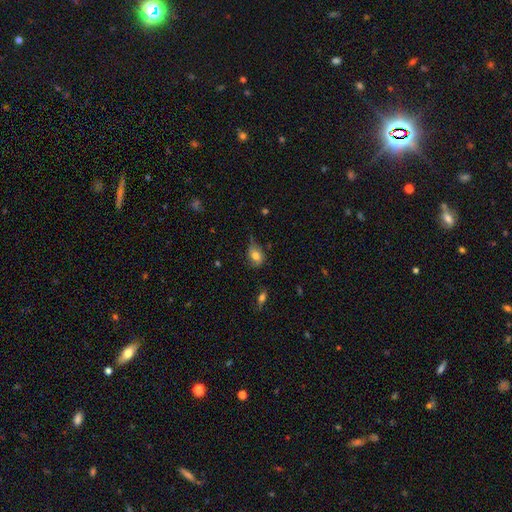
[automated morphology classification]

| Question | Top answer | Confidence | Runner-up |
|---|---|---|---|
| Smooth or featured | smooth | 74% | featured or disk (17%) |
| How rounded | in between | 77% | round (20%) |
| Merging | none | 46% | minor disturbance (39%) |